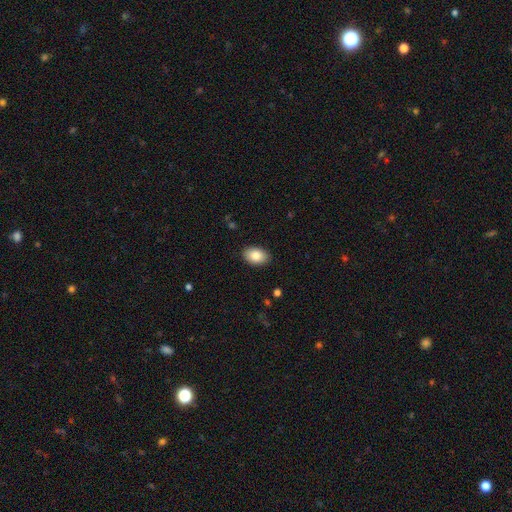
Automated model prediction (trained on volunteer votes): Overall: smooth (85%). How rounded: in between (88%). Merging: none (89%).